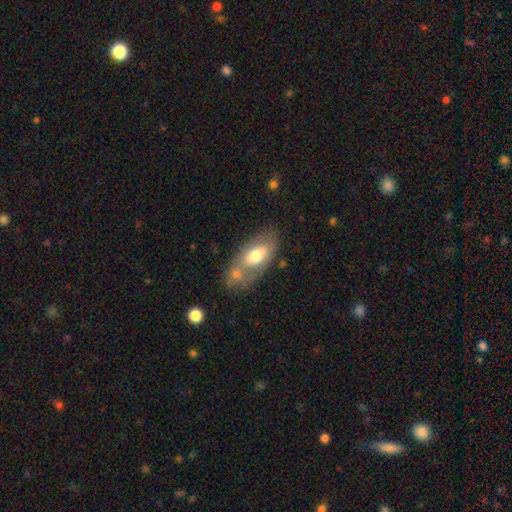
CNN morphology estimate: type=smooth (56%); roundness=in between (89%); merging=none (50%).